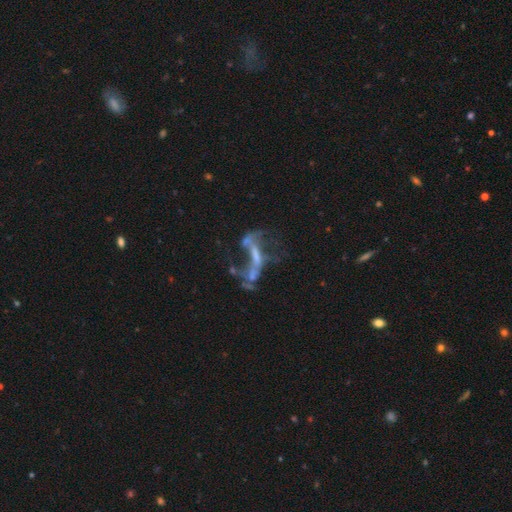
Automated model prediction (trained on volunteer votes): A featured or disk galaxy (67%) with no bar (52%), no spiral arms (62%) and no central bulge (57%).

Vote fractions:
- Smooth or featured? featured or disk: 67% / star or artifact: 19% / smooth: 14%
- Edge-on disk? no: 89% / yes: 11%
- Bar? no: 52% / weak: 25% / strong: 23%
- Spiral arms? no: 62% / yes: 38%
- Bulge size? none: 57% / small: 25% / moderate: 15% / large: 3% / dominant: 1%
- Merging? major disturbance: 35% / none: 28% / merger: 26% / minor disturbance: 11%